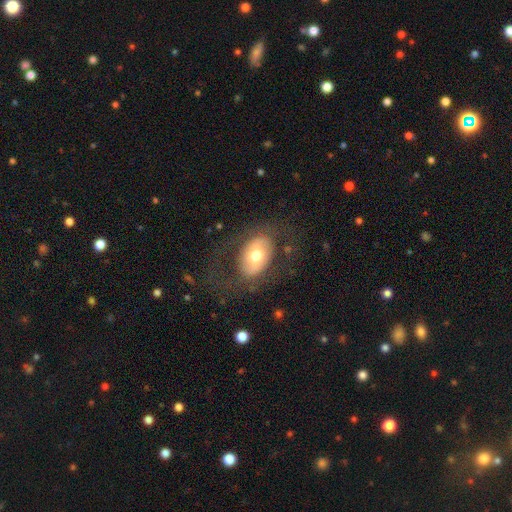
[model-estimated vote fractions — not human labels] This appears to be a smooth galaxy with no disk features (51%) that is in between round and cigar-shaped (84%). Merging: none (67%).